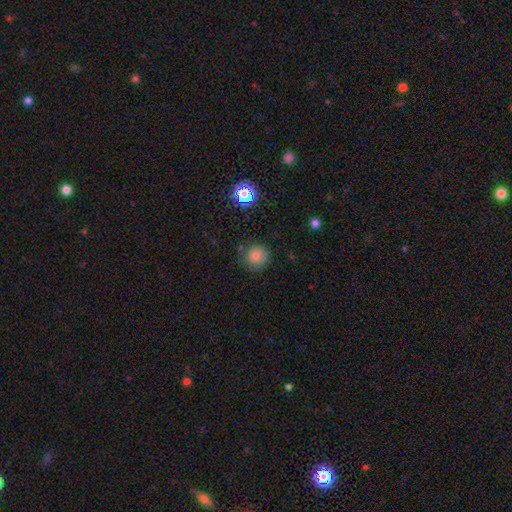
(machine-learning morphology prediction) Overall: smooth (79%). How rounded: round (92%). Merging: none (78%).